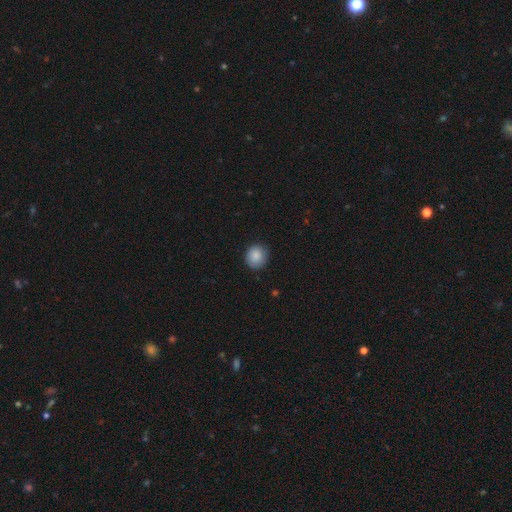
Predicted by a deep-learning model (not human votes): Q: Smooth or featured?
A: smooth (88%); runner-up: star or artifact (8%)
Q: How rounded?
A: round (86%); runner-up: in between (13%)
Q: Merging?
A: none (84%); runner-up: minor disturbance (12%)